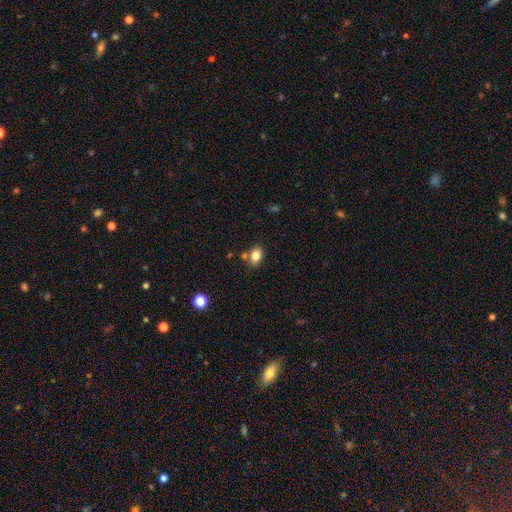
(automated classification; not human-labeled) A smooth galaxy with no disk features (83%) that is in between round and cigar-shaped (77%). Merging: none (69%).